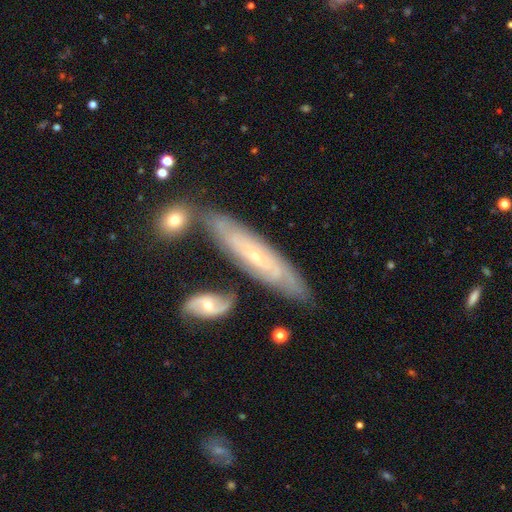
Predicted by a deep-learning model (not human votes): featured or disk 73%, smooth 20%, star or artifact 7%. Down the decision tree: edge-on disk — no (67%); merging — none (71%).